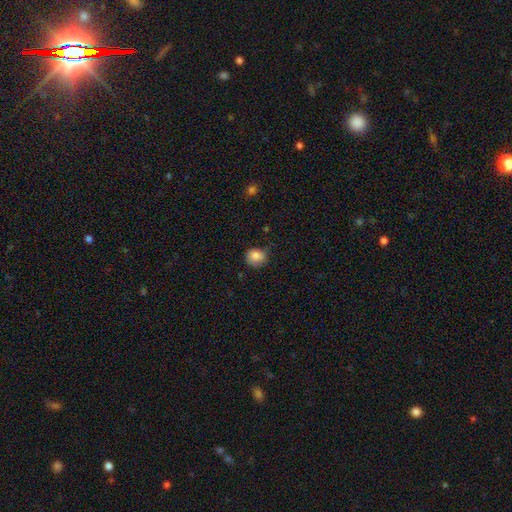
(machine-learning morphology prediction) The model was most divided on "merging": none: 66%, minor disturbance: 27%, major disturbance: 6%, merger: 2%. More confident: smooth or featured — smooth (83%); how rounded — round (74%).